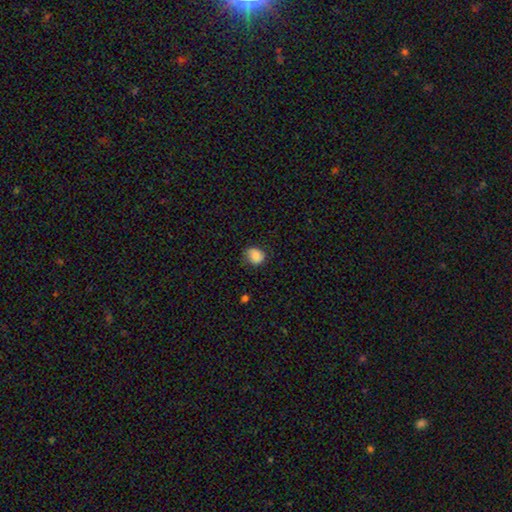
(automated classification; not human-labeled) The model was most divided on "how rounded": round: 68%, in between: 31%, cigar-shaped: 1%. More confident: smooth or featured — smooth (83%); merging — none (73%).